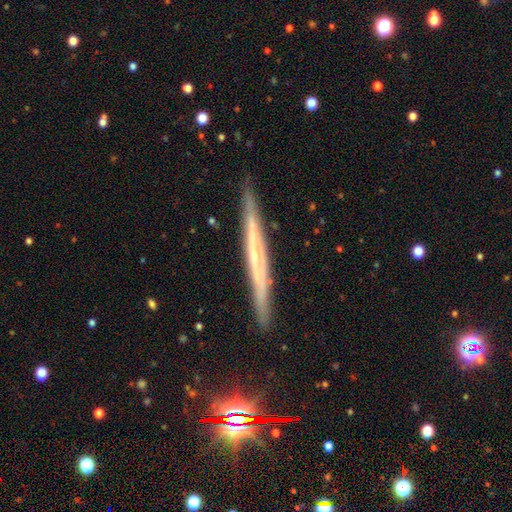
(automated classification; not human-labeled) This appears to be a featured or disk galaxy (67%) viewed edge-on (95%) with no central bulge (71%). Merging: none (89%).